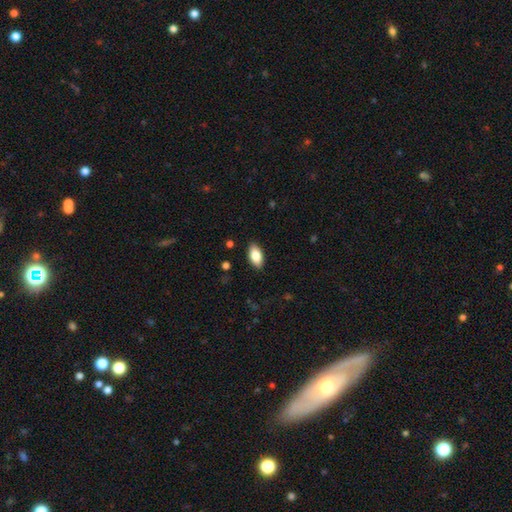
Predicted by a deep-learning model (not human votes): Smooth or featured?
  - smooth: 83% *
  - featured or disk: 10%
  - star or artifact: 7%
How rounded?
  - in between: 91% *
  - cigar-shaped: 6%
  - round: 3%
Merging?
  - none: 88% *
  - minor disturbance: 9%
  - major disturbance: 2%
  - merger: 1%